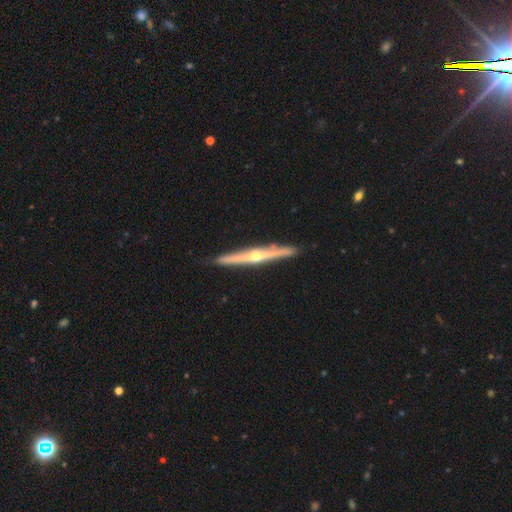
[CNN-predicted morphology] A featured or disk galaxy (80%) viewed edge-on (98%) with a rounded central bulge (90%). Merging: none (91%).